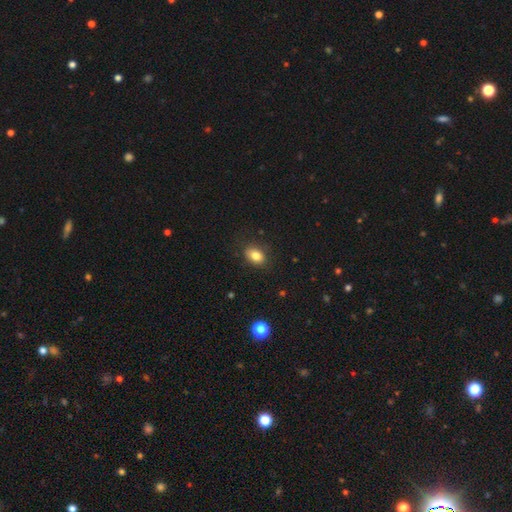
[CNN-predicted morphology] smooth-or-featured: smooth: 82% | star or artifact: 10% | featured or disk: 8%
  how-rounded: in between: 74% | round: 25% | cigar-shaped: 1%
  merging: none: 83% | minor disturbance: 13% | major disturbance: 3% | merger: 1%